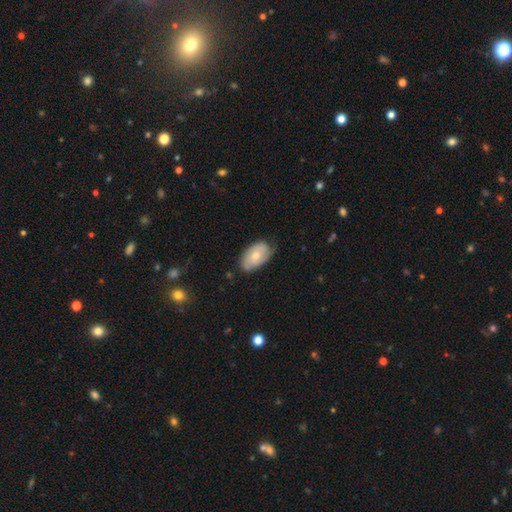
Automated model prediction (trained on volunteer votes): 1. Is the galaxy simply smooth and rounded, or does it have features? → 61% smooth, 33% featured or disk, 6% star or artifact.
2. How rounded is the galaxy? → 92% in between, 6% round, 2% cigar-shaped.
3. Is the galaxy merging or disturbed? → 63% none, 30% minor disturbance, 6% major disturbance, 2% merger.